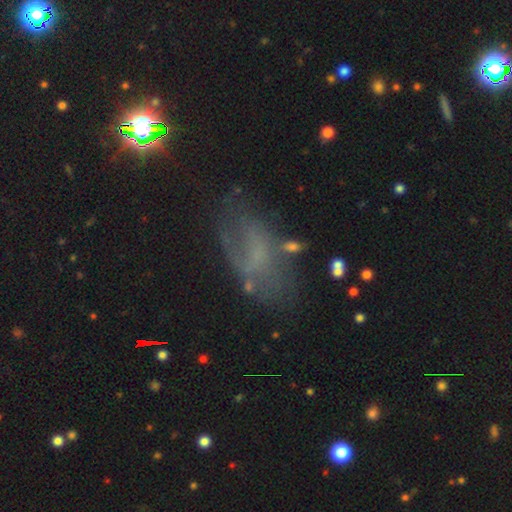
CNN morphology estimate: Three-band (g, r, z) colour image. It shows a featured or disk galaxy (48%). Merging: none (50%).